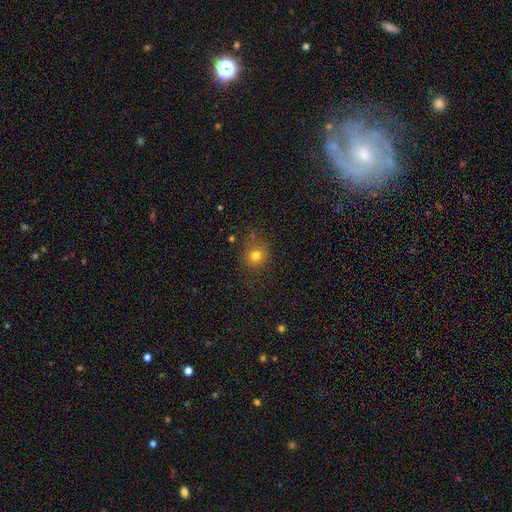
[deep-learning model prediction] A smooth galaxy with no disk features (77%) that is round (84%). Merging: none (80%).